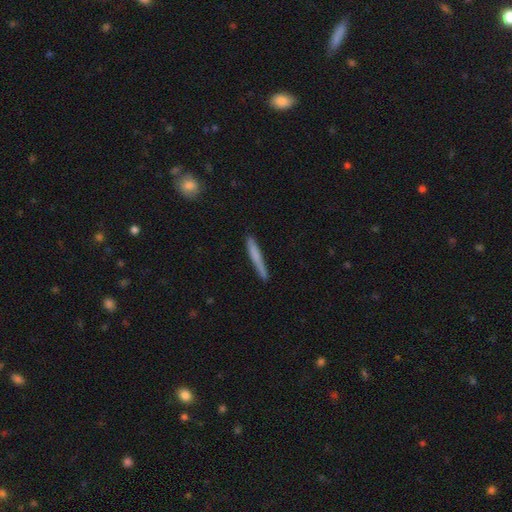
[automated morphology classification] type=smooth (69%); roundness=cigar-shaped (96%); merging=none (85%).